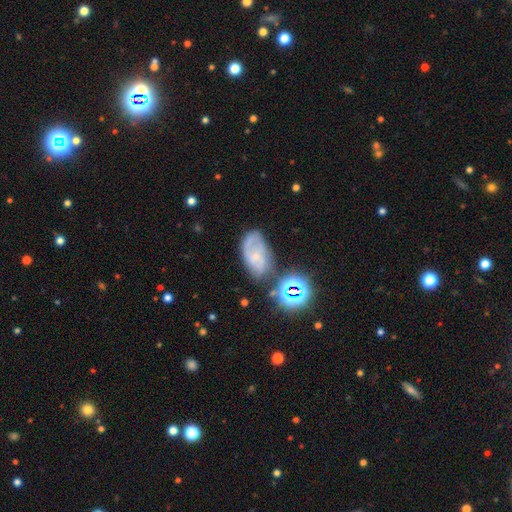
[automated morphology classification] Overall: featured or disk (55%; smooth 28%). Edge-on disk: no (95%). Bar: no (70%). Spiral arms: yes (75%). Bulge size: small (74%). Merging: none (52%; minor disturbance 27%).